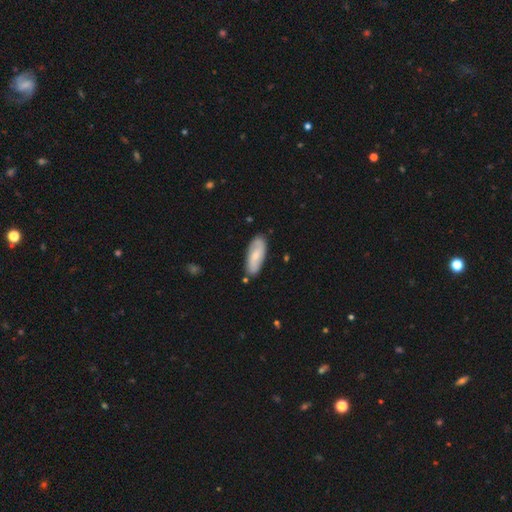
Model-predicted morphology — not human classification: Smooth or featured: smooth — 52% (featured or disk — 43%)
How rounded: in between — 73% (cigar-shaped — 25%)
Merging: none — 83% (minor disturbance — 13%)